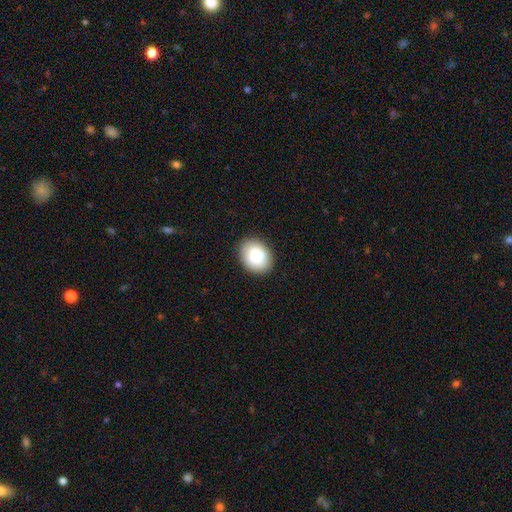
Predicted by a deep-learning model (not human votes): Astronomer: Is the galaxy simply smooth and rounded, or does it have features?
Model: smooth — 82%.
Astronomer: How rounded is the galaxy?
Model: in between — 54% (runner-up: round, 45%).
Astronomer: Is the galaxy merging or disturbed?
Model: none — 88%.